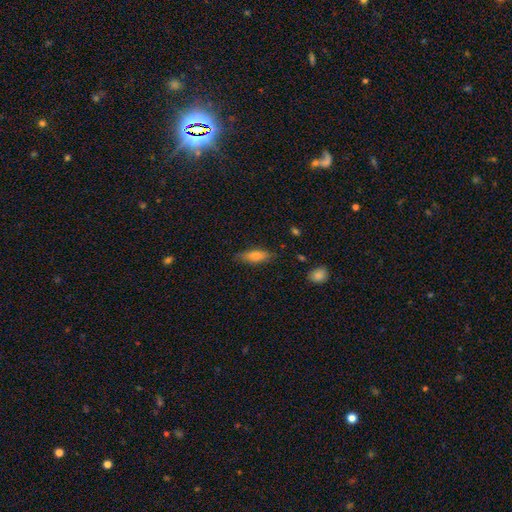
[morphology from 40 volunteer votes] smooth-or-featured: smooth: 70% | featured or disk: 18% | star or artifact: 12%
  how-rounded: in between: 61% | cigar-shaped: 36% | round: 4%
  merging: none: 80% | minor disturbance: 14% | major disturbance: 6% | merger: 0%